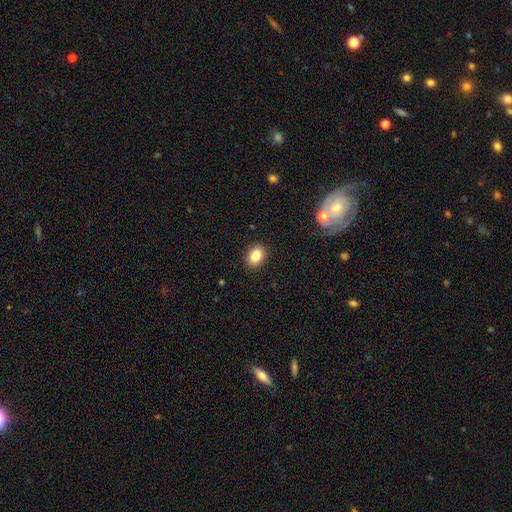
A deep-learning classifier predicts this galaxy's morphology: This is clearly a smooth galaxy (86%). How rounded: likely in between (72%). Merging: clearly none (88%).